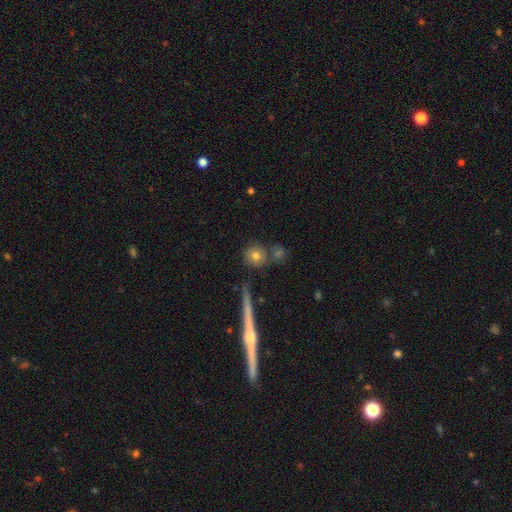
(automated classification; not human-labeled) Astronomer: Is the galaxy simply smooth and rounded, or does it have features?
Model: smooth — 74%.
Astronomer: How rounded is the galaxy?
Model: round — 85%.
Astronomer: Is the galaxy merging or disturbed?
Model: none — 71%.